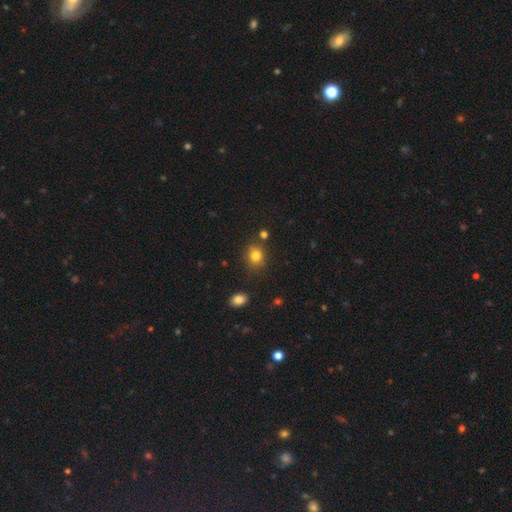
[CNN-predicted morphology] Smooth or featured?
  - smooth: 81% *
  - star or artifact: 12%
  - featured or disk: 7%
How rounded?
  - round: 67% *
  - in between: 32%
  - cigar-shaped: 1%
Merging?
  - none: 78% *
  - minor disturbance: 13%
  - merger: 5%
  - major disturbance: 3%